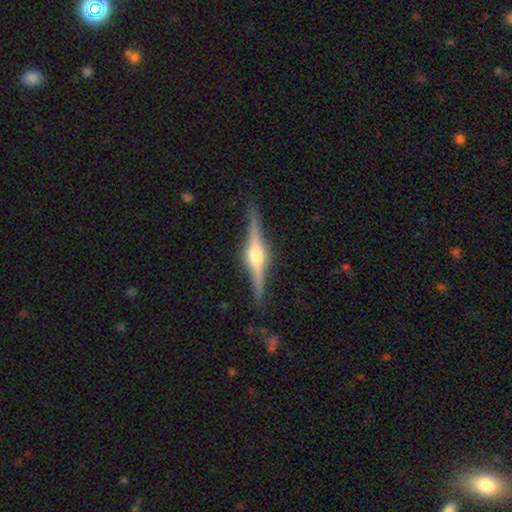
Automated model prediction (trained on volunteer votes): This appears to be a featured or disk galaxy (84%) viewed edge-on (98%) with a rounded central bulge (88%). Merging: none (88%).